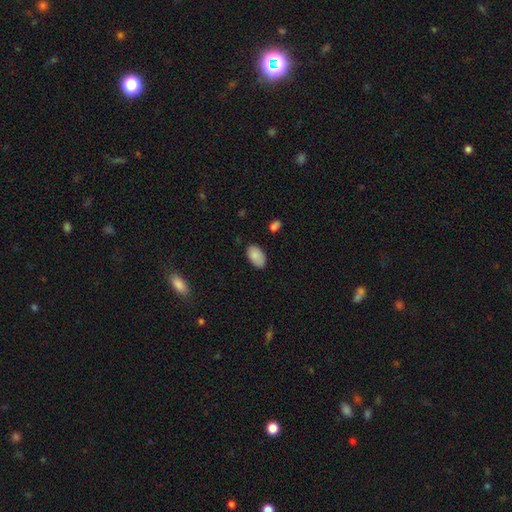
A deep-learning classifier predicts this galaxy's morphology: smooth_or_featured: smooth (p=0.87) [alt: star or artifact p=0.07]
how_rounded: in between (p=0.94) [alt: round p=0.04]
merging: none (p=0.81) [alt: minor disturbance p=0.14]